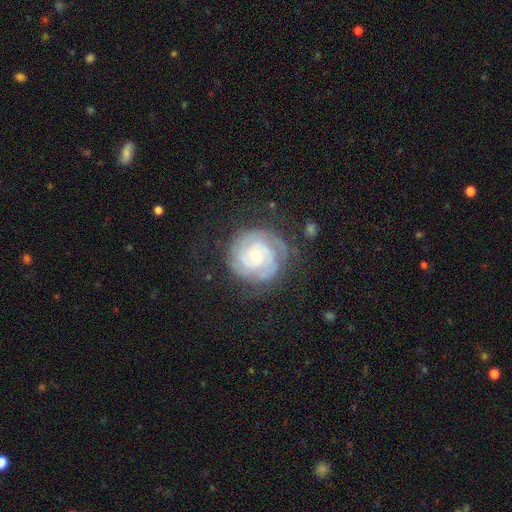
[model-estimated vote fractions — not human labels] Morphology: type=featured or disk (86%); edge-on=no (98%); bar=no (69%); spiral arms=yes (97%); winding=tight (80%); arm count=2 (36%); bulge=small (61%); merging=none (74%).